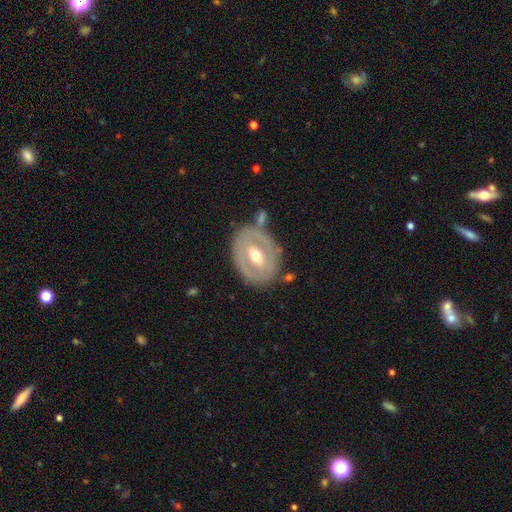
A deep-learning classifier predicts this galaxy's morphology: type=featured or disk (64%); edge-on=no (93%); bar=weak (40%); spiral arms=no (75%); bulge=moderate (76%); merging=none (70%).